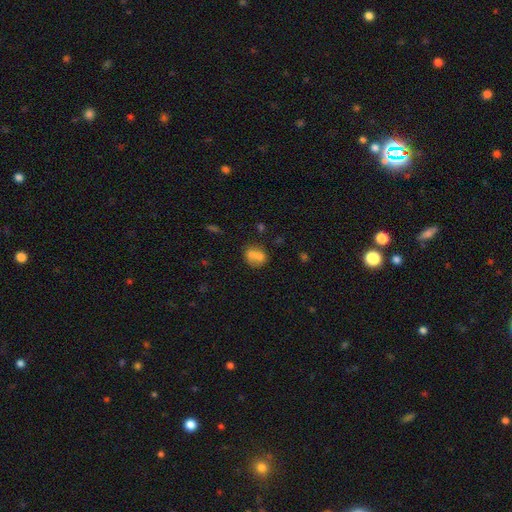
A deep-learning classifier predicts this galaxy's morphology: The model was most divided on "how rounded": round: 62%, in between: 37%, cigar-shaped: 1%. More confident: smooth or featured — smooth (68%); merging — merger (62%).